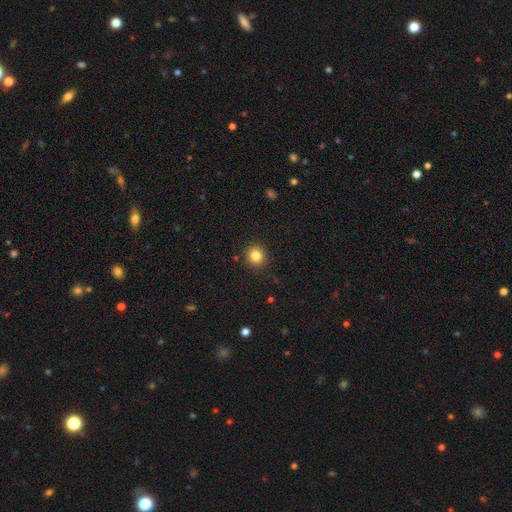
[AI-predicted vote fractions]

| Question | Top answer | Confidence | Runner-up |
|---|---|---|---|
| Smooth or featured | smooth | 83% | star or artifact (11%) |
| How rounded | round | 90% | in between (9%) |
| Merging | none | 91% | minor disturbance (6%) |